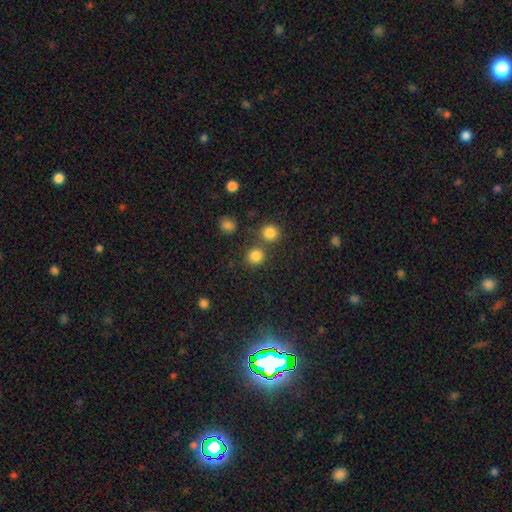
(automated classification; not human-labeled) Smooth or featured? Predicted: smooth (p=0.82). How rounded? Predicted: round (p=0.90). Merging? Predicted: none (p=0.73).